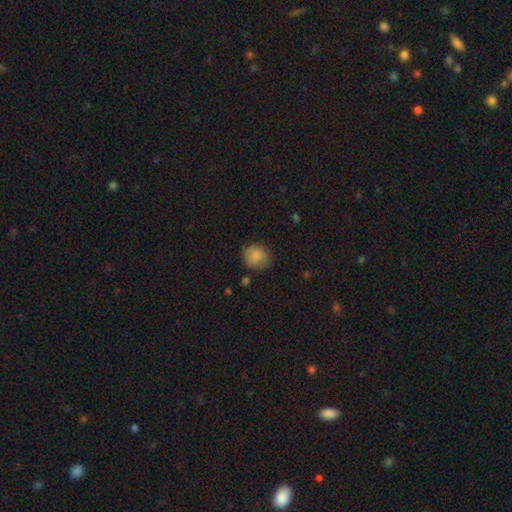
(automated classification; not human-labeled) smooth-or-featured: smooth: 84% | star or artifact: 8% | featured or disk: 8%
  how-rounded: round: 78% | in between: 21% | cigar-shaped: 1%
  merging: none: 78% | minor disturbance: 16% | major disturbance: 4% | merger: 2%